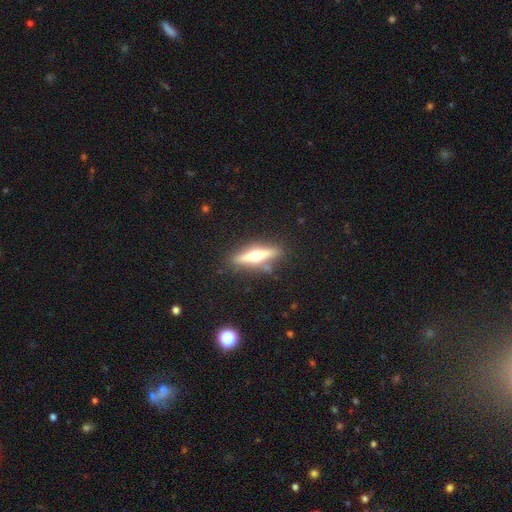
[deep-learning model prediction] Q: Smooth or featured?
A: featured or disk (63%); runner-up: smooth (30%)
Q: Edge-on disk?
A: yes (95%); runner-up: no (5%)
Q: Edge-on bulge?
A: rounded (92%); runner-up: none (4%)
Q: Merging?
A: none (85%); runner-up: minor disturbance (10%)